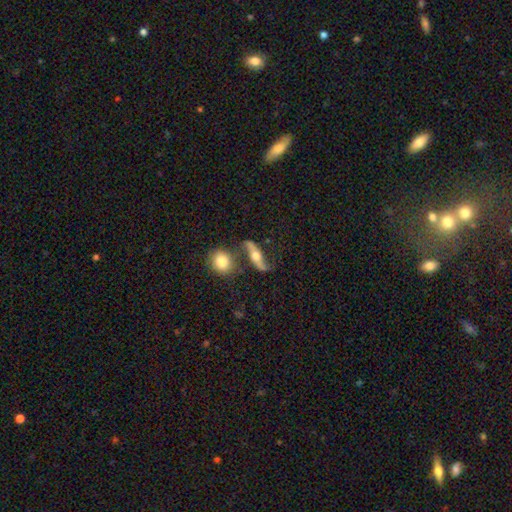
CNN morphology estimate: Q: Smooth or featured?
A: featured or disk (72%); runner-up: smooth (20%)
Q: Edge-on disk?
A: no (67%); runner-up: yes (33%)
Q: Merging?
A: none (62%); runner-up: minor disturbance (16%)